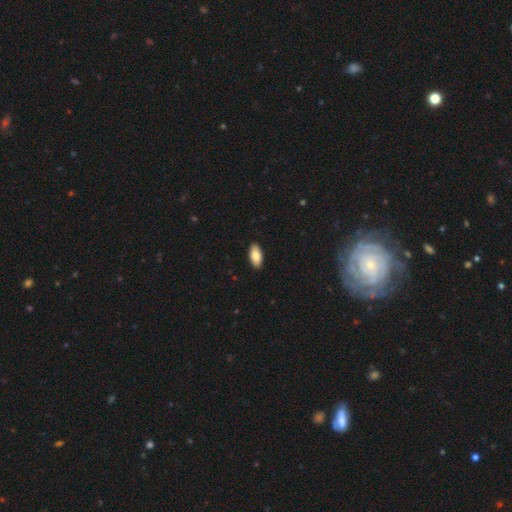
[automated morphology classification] Smooth or featured? smooth (87%)
How rounded? in between (91%)
Merging? none (90%)